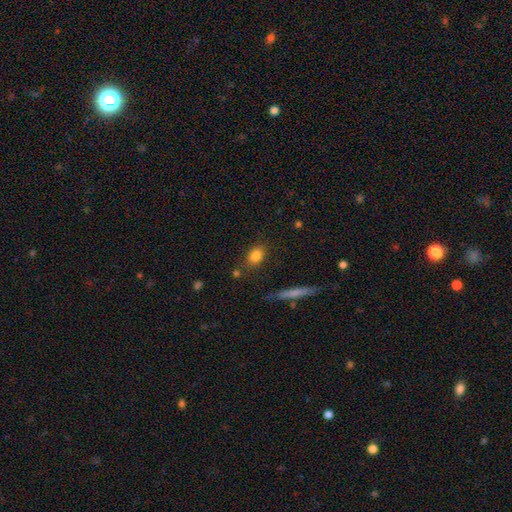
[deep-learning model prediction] Smooth or featured? Predicted: smooth (p=0.81). How rounded? Predicted: in between (p=0.69). Merging? Predicted: none (p=0.80).